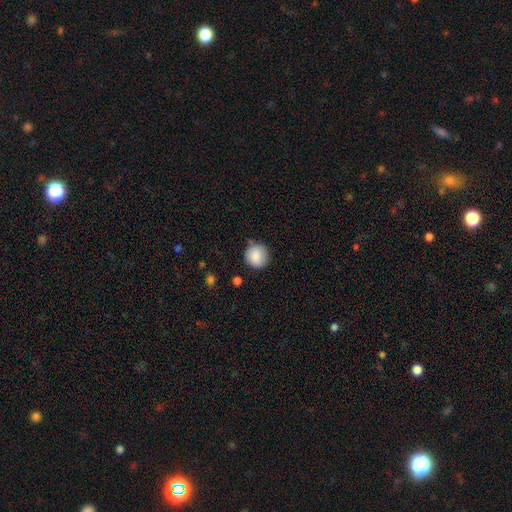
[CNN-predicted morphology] A smooth galaxy with no disk features (86%) that is round (92%). Merging: none (81%).